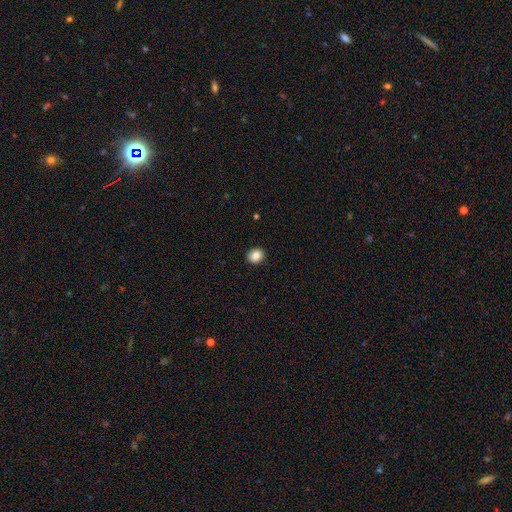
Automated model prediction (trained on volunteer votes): Smooth or featured? Predicted: smooth (p=0.85). How rounded? Predicted: round (p=0.77). Merging? Predicted: none (p=0.92).